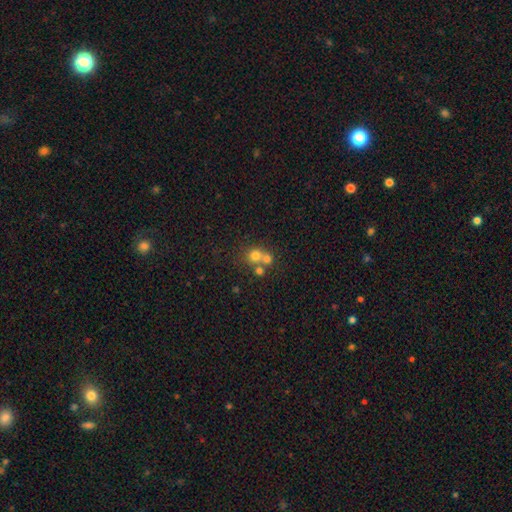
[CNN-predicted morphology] Smooth or featured? smooth (68%)
How rounded? round (82%)
Merging? merger (51%)